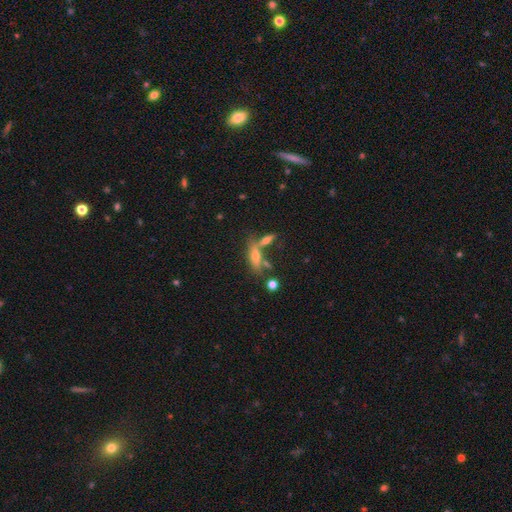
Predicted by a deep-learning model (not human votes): Smooth or featured: featured or disk — 43% (tied with smooth — 43%)
Merging: none — 52% (merger — 28%)